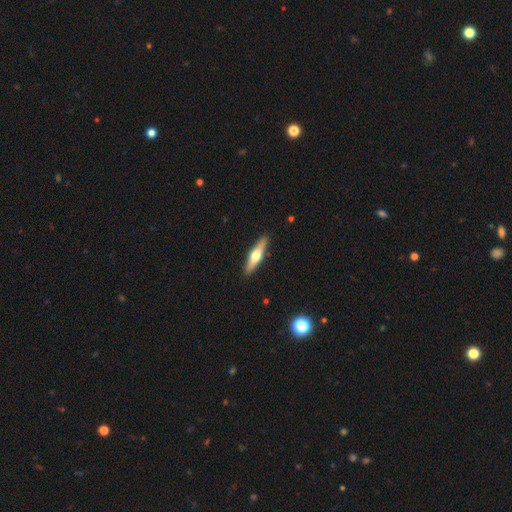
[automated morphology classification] The model was most divided on "smooth or featured": featured or disk: 53%, smooth: 42%, star or artifact: 5%. More confident: edge-on disk — yes (94%); edge-on bulge — rounded (94%); merging — none (91%).